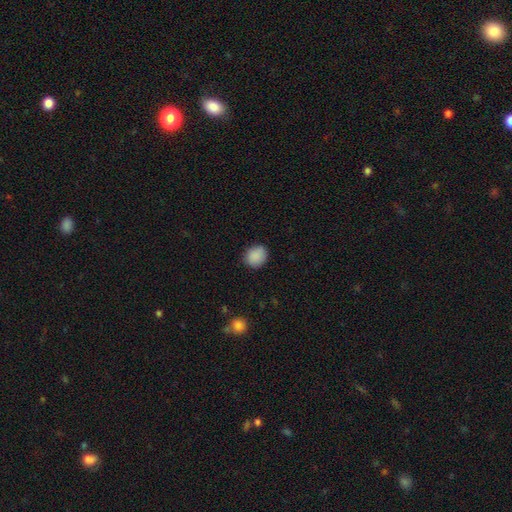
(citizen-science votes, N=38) Smooth or featured?
  - smooth: 87% *
  - star or artifact: 8%
  - featured or disk: 5%
How rounded?
  - round: 76% *
  - in between: 24%
  - cigar-shaped: 0%
Merging?
  - none: 80% *
  - minor disturbance: 17%
  - major disturbance: 3%
  - merger: 0%